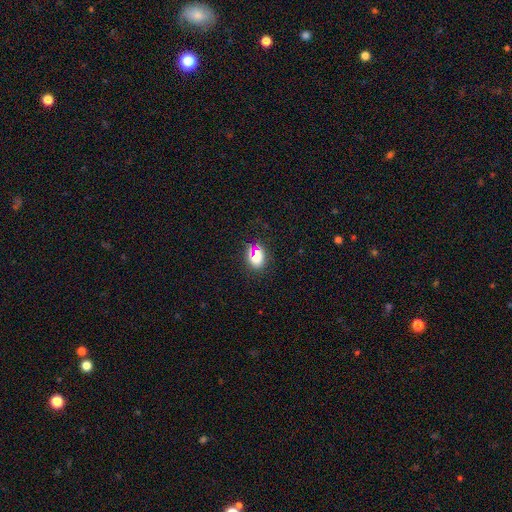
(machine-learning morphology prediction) This appears to be a smooth galaxy with no disk features (72%) that is in between round and cigar-shaped (50%). Merging: none (81%).